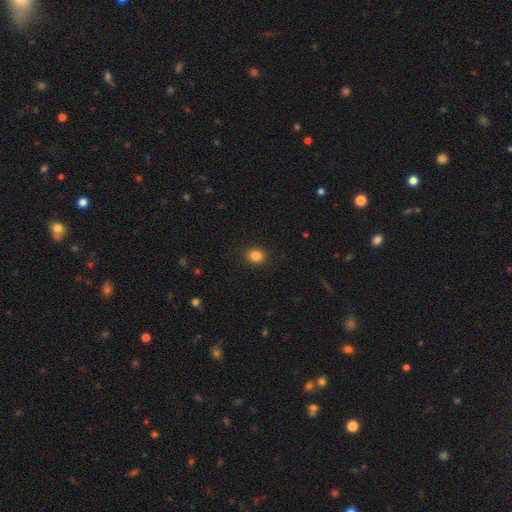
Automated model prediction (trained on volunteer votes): smooth_or_featured: smooth (p=0.85) [alt: star or artifact p=0.11]
how_rounded: round (p=0.71) [alt: in between p=0.28]
merging: none (p=0.91) [alt: minor disturbance p=0.06]